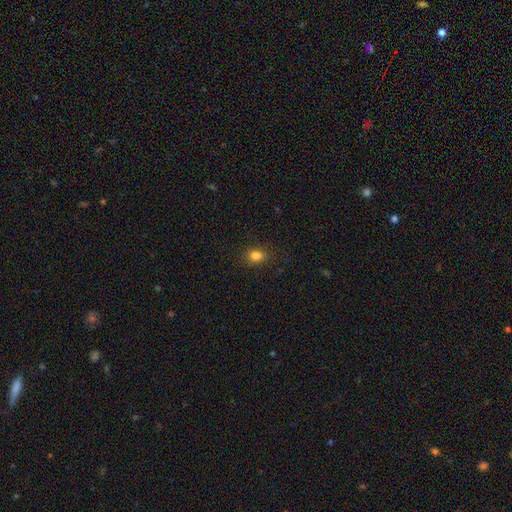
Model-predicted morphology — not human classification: This is clearly a smooth galaxy (81%). How rounded: possibly in between (56%). Merging: clearly none (82%).